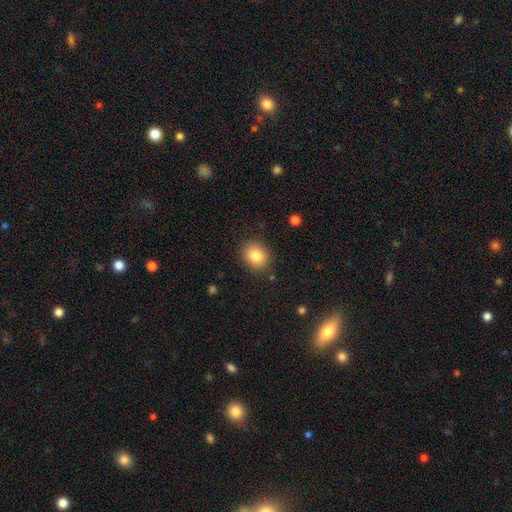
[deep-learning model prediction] Smooth or featured?
  - smooth: 84% *
  - star or artifact: 9%
  - featured or disk: 7%
How rounded?
  - round: 63% *
  - in between: 36%
  - cigar-shaped: 1%
Merging?
  - none: 86% *
  - minor disturbance: 9%
  - major disturbance: 3%
  - merger: 2%